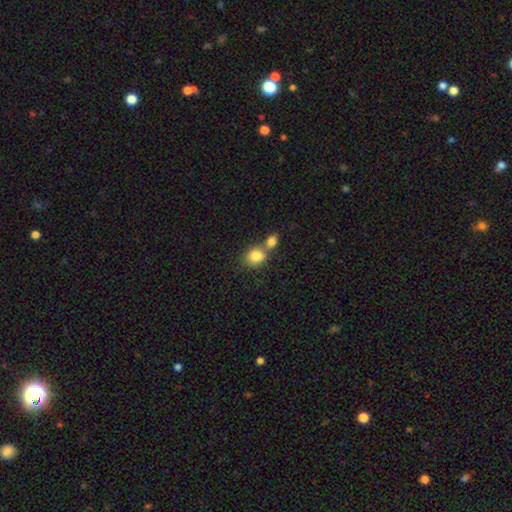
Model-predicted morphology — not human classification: Smooth or featured: smooth — 81% (featured or disk — 10%)
How rounded: round — 66% (in between — 32%)
Merging: merger — 52% (none — 36%)